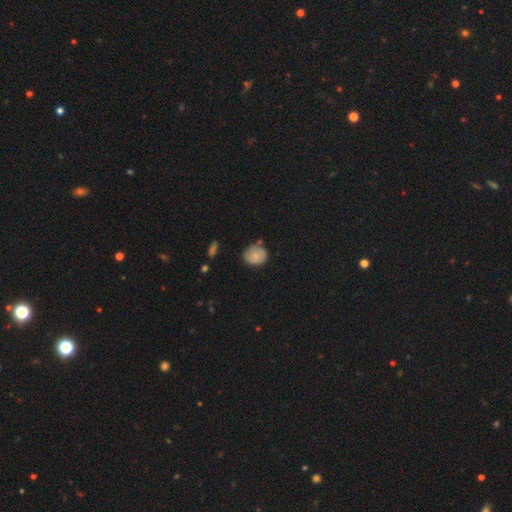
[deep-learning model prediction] Overall: smooth (76%). How rounded: round (73%). Merging: none (66%).